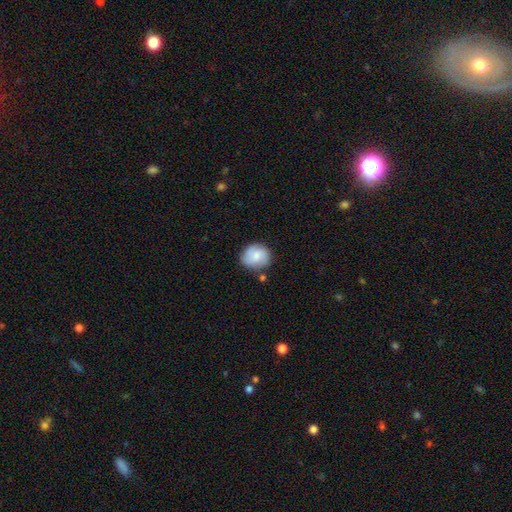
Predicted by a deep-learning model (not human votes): smooth 74%, featured or disk 19%, star or artifact 7%. Down the decision tree: how rounded — round (80%); merging — none (72%).